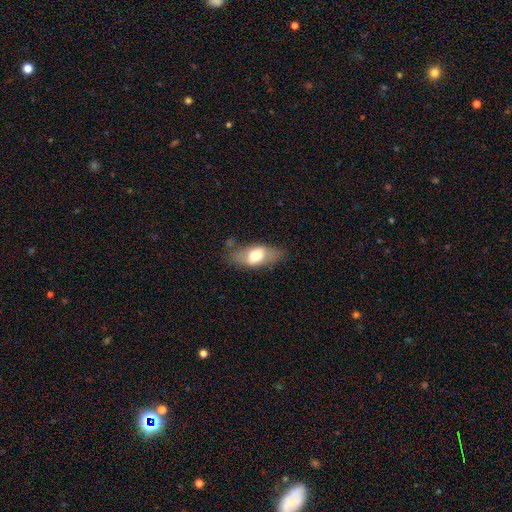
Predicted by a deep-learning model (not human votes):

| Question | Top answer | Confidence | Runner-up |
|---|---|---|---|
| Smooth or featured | smooth | 59% | featured or disk (34%) |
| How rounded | in between | 84% | cigar-shaped (10%) |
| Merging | none | 70% | minor disturbance (20%) |